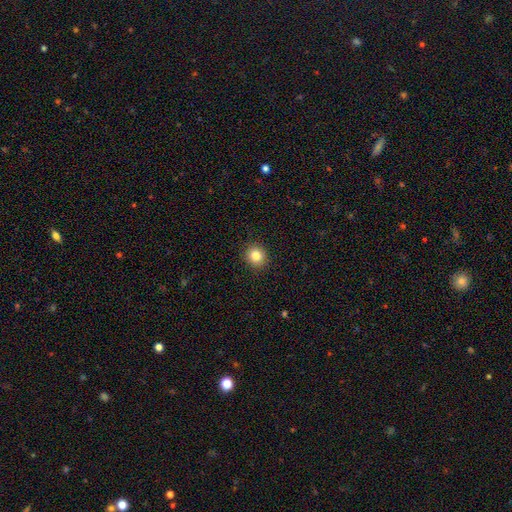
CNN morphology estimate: smooth-or-featured: smooth: 82% | star or artifact: 11% | featured or disk: 7%
  how-rounded: round: 89% | in between: 10% | cigar-shaped: 1%
  merging: none: 92% | minor disturbance: 6% | major disturbance: 2% | merger: 1%